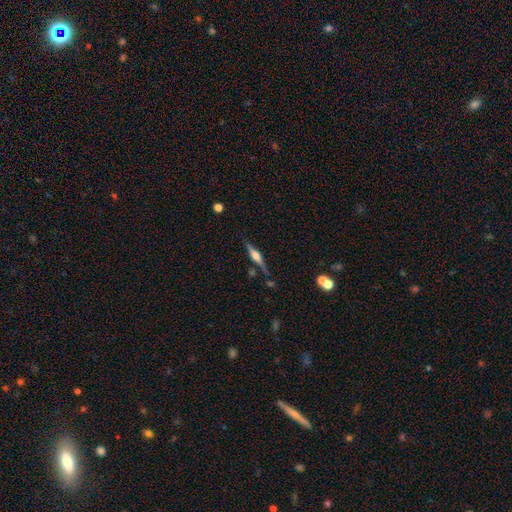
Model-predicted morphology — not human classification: Smooth or featured: featured or disk — 74% (smooth — 19%)
Edge-on disk: yes — 97% (no — 3%)
Edge-on bulge: rounded — 87% (boxy — 10%)
Merging: none — 78% (minor disturbance — 13%)